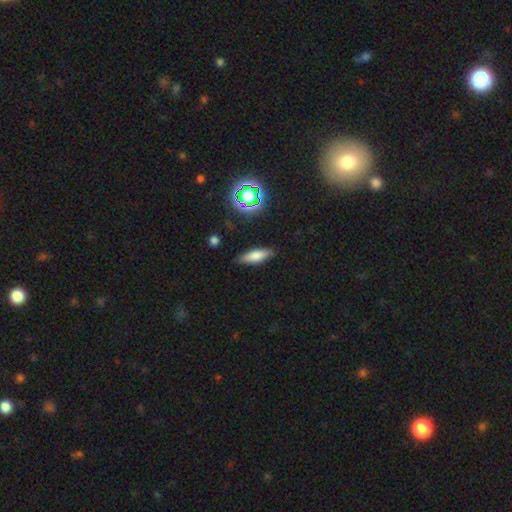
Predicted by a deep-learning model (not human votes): Smooth or featured: smooth — 70% (featured or disk — 20%)
How rounded: in between — 53% (cigar-shaped — 44%)
Merging: none — 85% (minor disturbance — 11%)